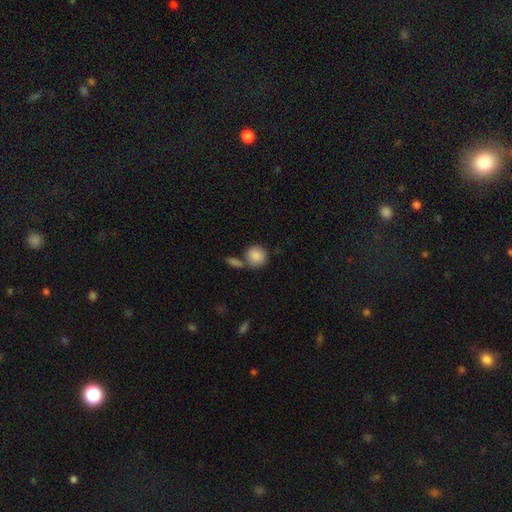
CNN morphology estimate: smooth 87%, star or artifact 7%, featured or disk 6%. Down the decision tree: how rounded — round (79%); merging — none (57%).